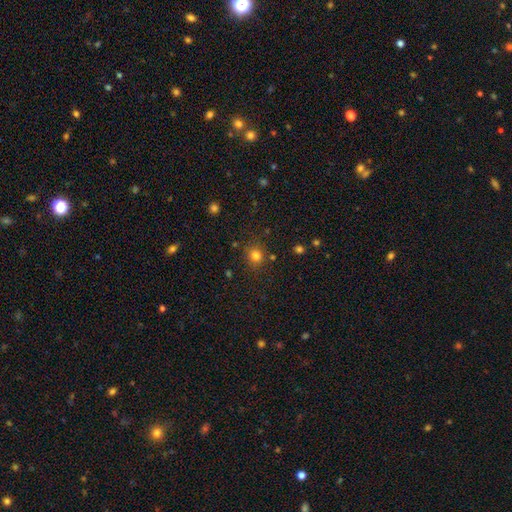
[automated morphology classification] Q: Smooth or featured?
A: smooth (80%); runner-up: star or artifact (15%)
Q: How rounded?
A: round (82%); runner-up: in between (17%)
Q: Merging?
A: none (82%); runner-up: minor disturbance (10%)